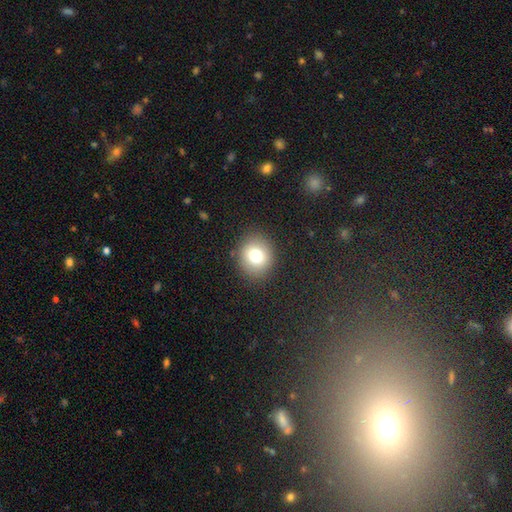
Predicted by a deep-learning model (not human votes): A smooth galaxy with no disk features (78%) that is round (78%).

Vote fractions:
- Smooth or featured? smooth: 78% / star or artifact: 12% / featured or disk: 11%
- How rounded? round: 78% / in between: 21% / cigar-shaped: 1%
- Merging? none: 88% / minor disturbance: 8% / major disturbance: 3% / merger: 1%